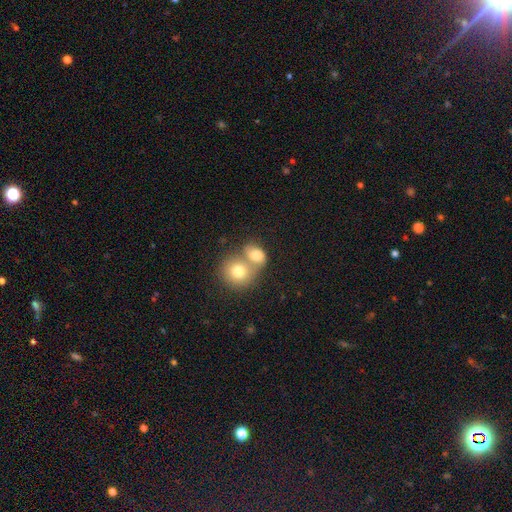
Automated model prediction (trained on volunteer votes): Smooth or featured?
  - smooth: 74% *
  - featured or disk: 16%
  - star or artifact: 10%
How rounded?
  - round: 57% *
  - in between: 41%
  - cigar-shaped: 1%
Merging?
  - merger: 64% *
  - none: 25%
  - minor disturbance: 7%
  - major disturbance: 4%